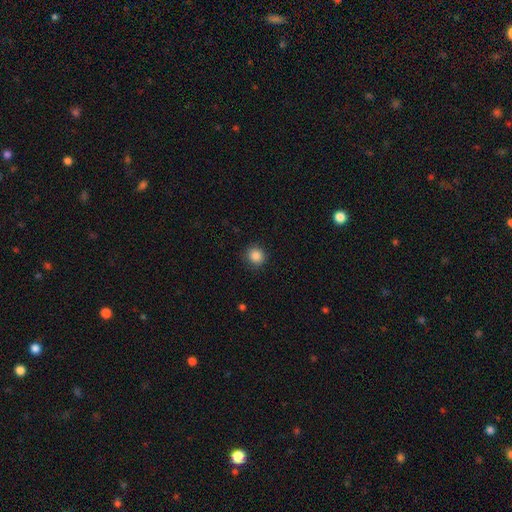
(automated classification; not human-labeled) A smooth galaxy with no disk features (86%) that is round (90%).

Vote fractions:
- Smooth or featured? smooth: 86% / star or artifact: 10% / featured or disk: 3%
- How rounded? round: 90% / in between: 9% / cigar-shaped: 1%
- Merging? none: 89% / minor disturbance: 7% / major disturbance: 2% / merger: 1%